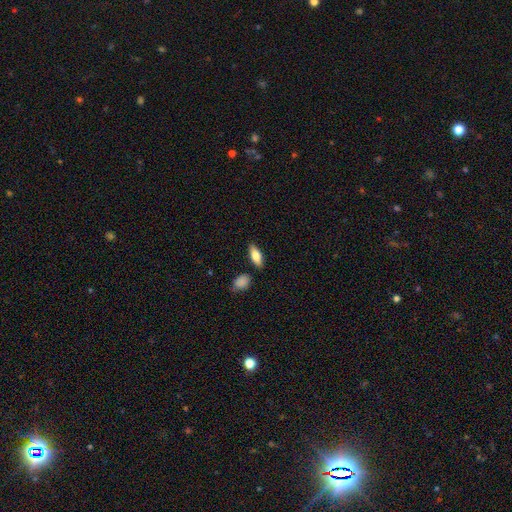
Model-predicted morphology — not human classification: Smooth or featured: smooth — 77% (featured or disk — 17%)
How rounded: in between — 79% (cigar-shaped — 18%)
Merging: none — 83% (minor disturbance — 10%)